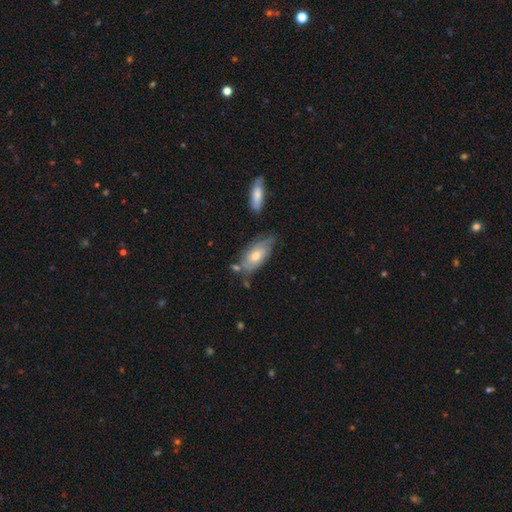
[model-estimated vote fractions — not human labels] Smooth or featured: smooth — 48% (featured or disk — 45%)
Merging: none — 61% (minor disturbance — 24%)